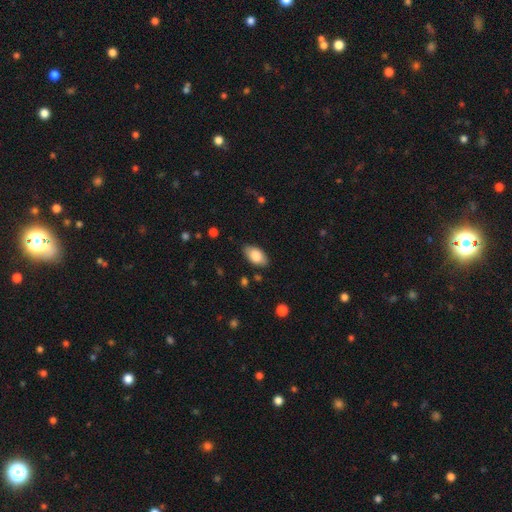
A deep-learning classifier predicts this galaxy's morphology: A smooth galaxy with no disk features (82%) that is in between round and cigar-shaped (94%).

Vote fractions:
- Smooth or featured? smooth: 82% / featured or disk: 11% / star or artifact: 6%
- How rounded? in between: 94% / round: 3% / cigar-shaped: 2%
- Merging? none: 84% / minor disturbance: 12% / major disturbance: 3% / merger: 1%